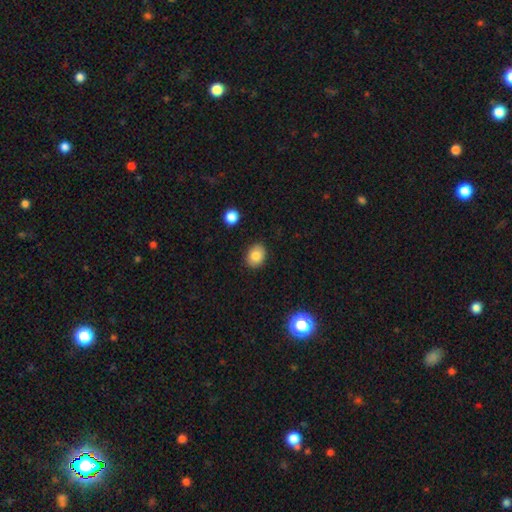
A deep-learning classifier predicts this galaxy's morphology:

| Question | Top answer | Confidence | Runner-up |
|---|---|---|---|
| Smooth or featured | smooth | 83% | star or artifact (9%) |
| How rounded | in between | 61% | round (39%) |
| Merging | none | 88% | minor disturbance (9%) |